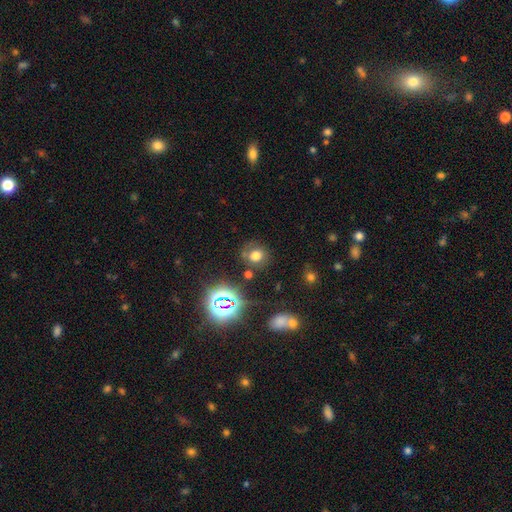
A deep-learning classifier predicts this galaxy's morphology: Smooth or featured: smooth — 63% (star or artifact — 24%)
How rounded: round — 75% (in between — 24%)
Merging: none — 68% (minor disturbance — 17%)